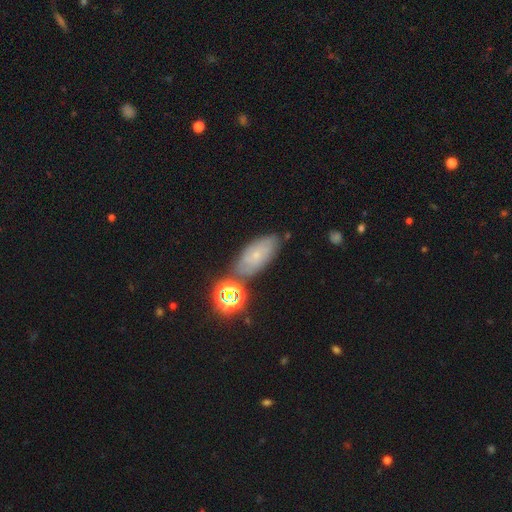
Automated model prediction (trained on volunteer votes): Smooth or featured? smooth (45%)
Merging? none (69%)